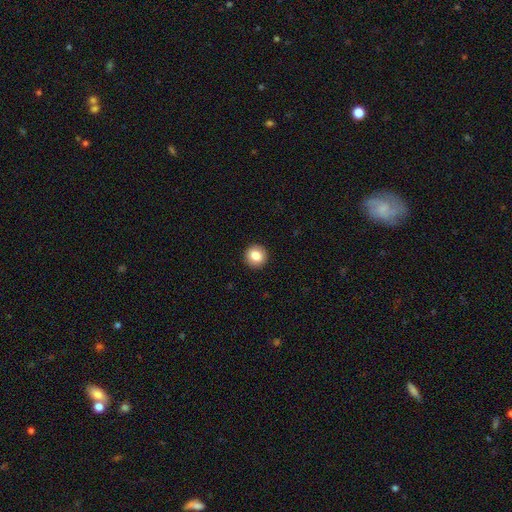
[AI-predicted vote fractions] This is clearly a smooth galaxy (85%). How rounded: clearly round (92%). Merging: clearly none (93%).